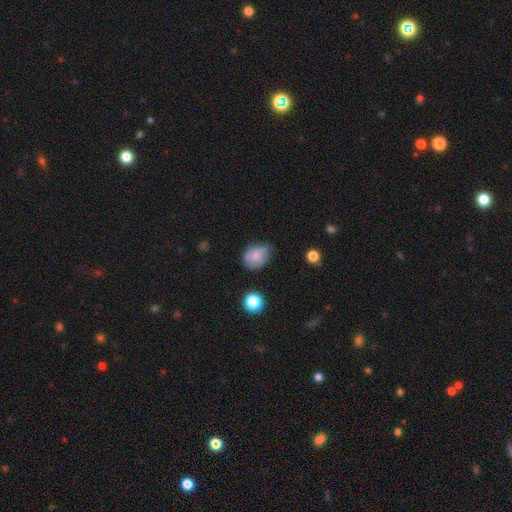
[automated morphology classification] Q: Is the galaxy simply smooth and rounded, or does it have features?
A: smooth — 74%.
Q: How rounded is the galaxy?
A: in between — 59%.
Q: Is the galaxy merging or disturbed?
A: none — 56%.